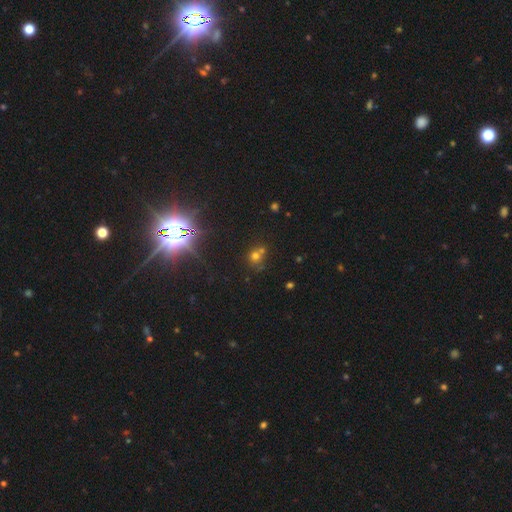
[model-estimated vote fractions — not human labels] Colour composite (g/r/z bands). It shows a smooth galaxy with no disk features (56%) that is round (85%). Merging: none (51%).